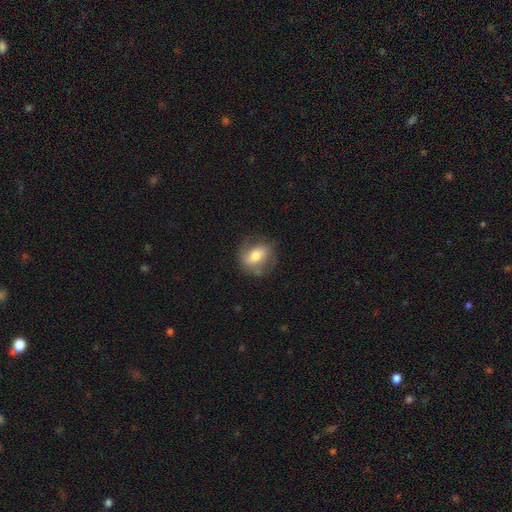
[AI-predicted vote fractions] Smooth or featured? Predicted: smooth (p=0.54). How rounded? Predicted: round (p=0.49, tied with in between). Merging? Predicted: none (p=0.70).